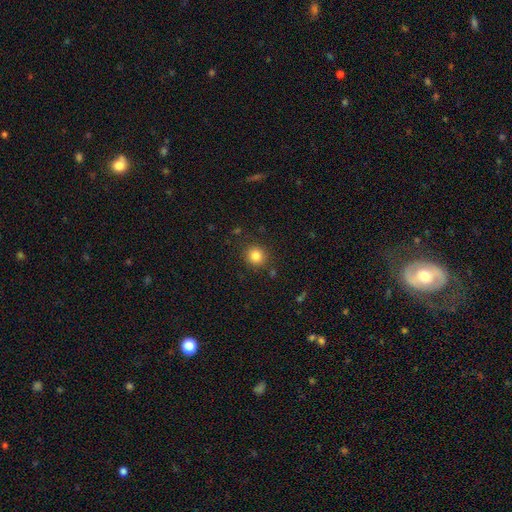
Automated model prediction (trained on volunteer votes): Smooth or featured?
  - smooth: 84% *
  - star or artifact: 11%
  - featured or disk: 5%
How rounded?
  - round: 90% *
  - in between: 9%
  - cigar-shaped: 1%
Merging?
  - none: 87% *
  - minor disturbance: 8%
  - major disturbance: 3%
  - merger: 2%